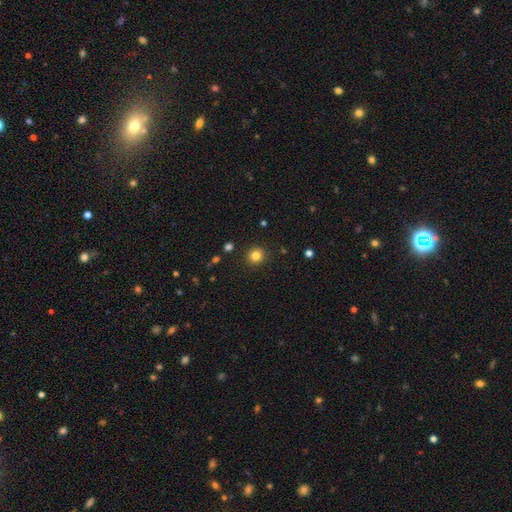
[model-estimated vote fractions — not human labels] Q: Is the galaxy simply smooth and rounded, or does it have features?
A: smooth — 82%.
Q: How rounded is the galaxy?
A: round — 92%.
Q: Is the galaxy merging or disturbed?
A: none — 91%.